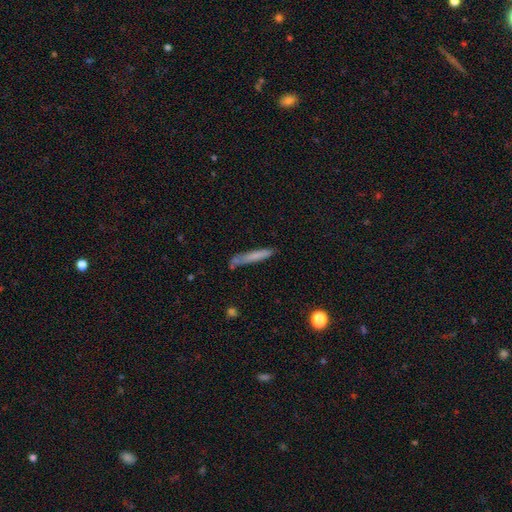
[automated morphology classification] The model was most divided on "smooth or featured": smooth: 72%, featured or disk: 21%, star or artifact: 7%. More confident: how rounded — cigar-shaped (94%); merging — none (72%).